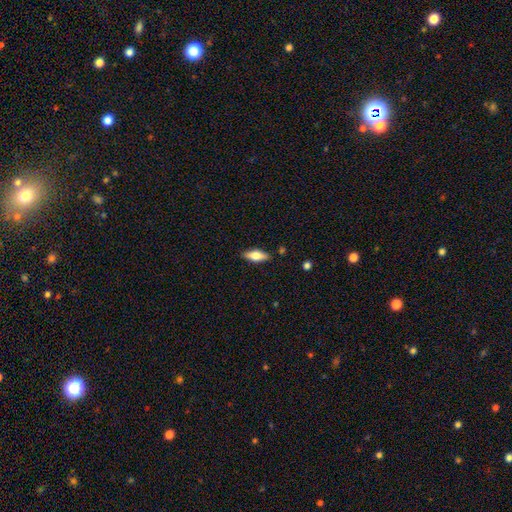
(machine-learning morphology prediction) Overall: smooth (65%; featured or disk 29%). How rounded: in between (71%). Merging: none (85%).